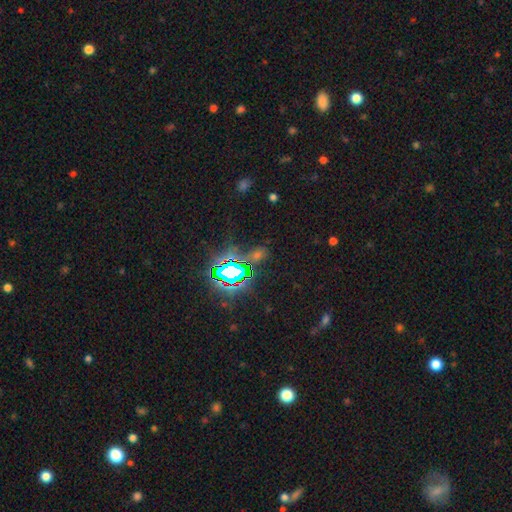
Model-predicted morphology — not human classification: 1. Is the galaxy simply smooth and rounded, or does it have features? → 74% star or artifact, 17% smooth, 9% featured or disk.